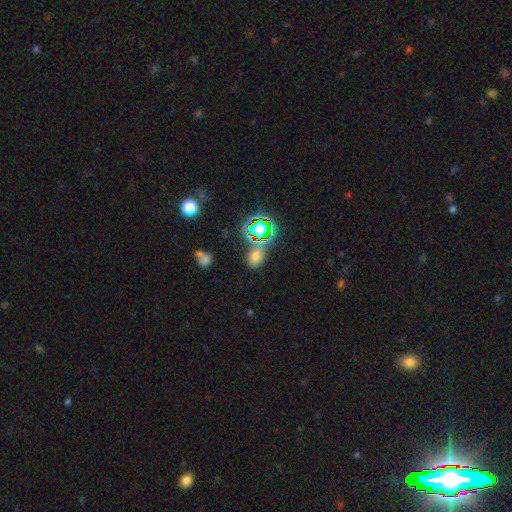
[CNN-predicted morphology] This is likely a smooth galaxy (61%). How rounded: likely in between (71%). Merging: likely none (67%).